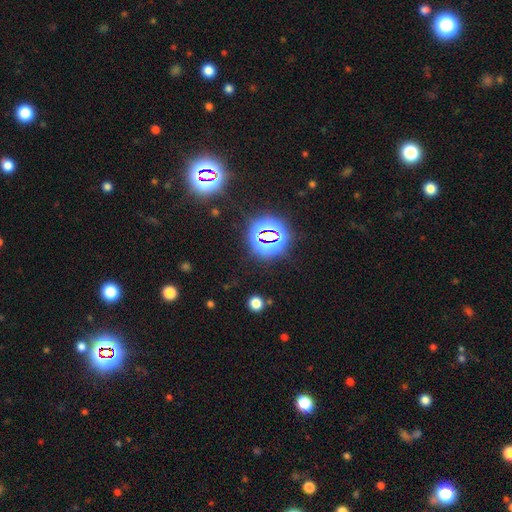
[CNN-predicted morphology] smooth_or_featured: star or artifact (p=0.83) [alt: smooth p=0.11]